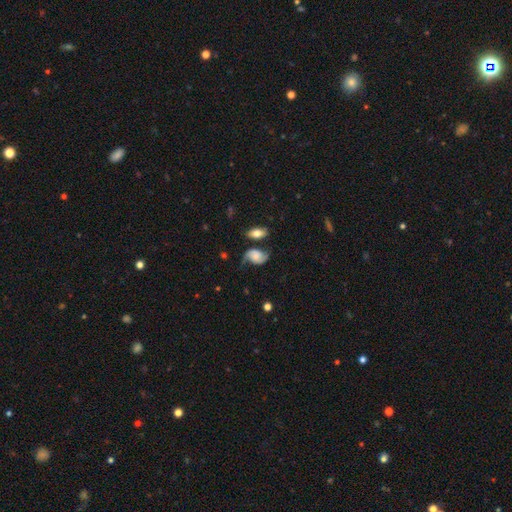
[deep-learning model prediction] Smooth or featured? Predicted: featured or disk (p=0.69). Edge-on disk? Predicted: no (p=0.97). Bar? Predicted: no (p=0.69). Spiral arms? Predicted: yes (p=0.94). Spiral winding? Predicted: loose (p=0.51). Spiral arm count? Predicted: 2 (p=0.86). Bulge size? Predicted: small (p=0.33). Merging? Predicted: none (p=0.54).